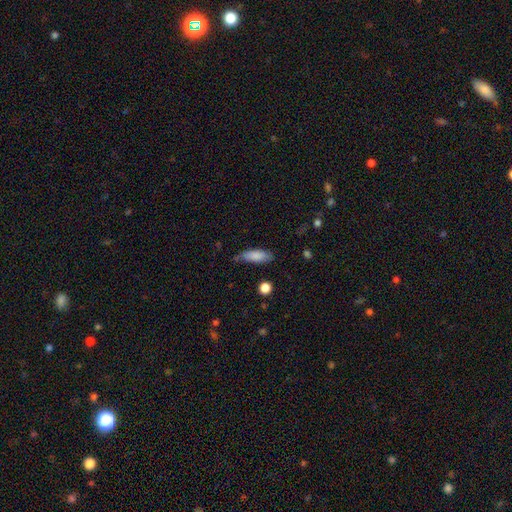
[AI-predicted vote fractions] This is clearly a smooth galaxy (83%). How rounded: likely in between (67%). Merging: likely none (67%).